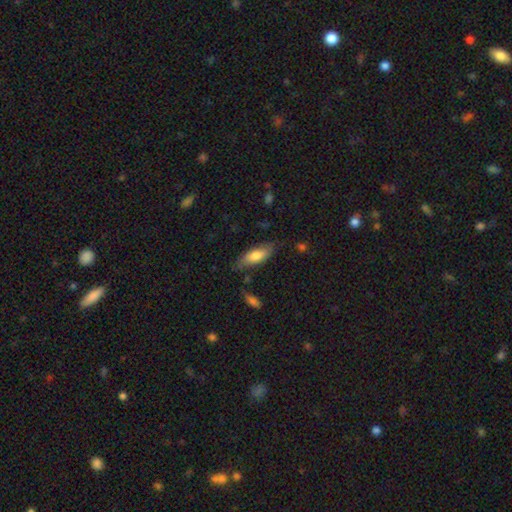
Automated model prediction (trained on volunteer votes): This is likely a smooth galaxy (73%). How rounded: likely in between (71%). Merging: likely none (72%).